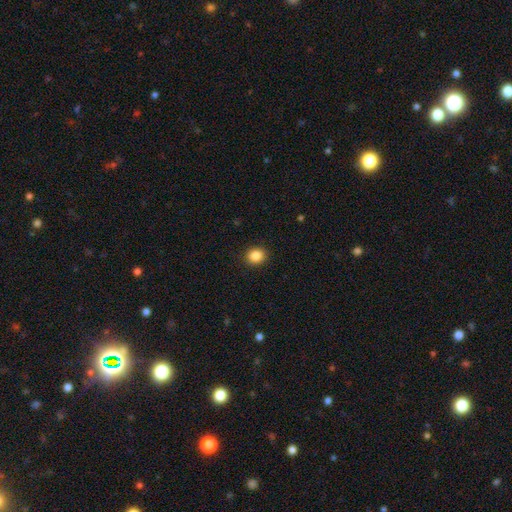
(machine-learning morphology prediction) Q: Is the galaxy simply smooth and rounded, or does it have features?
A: smooth — 87%.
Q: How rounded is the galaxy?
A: round — 73%.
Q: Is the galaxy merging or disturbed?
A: none — 91%.